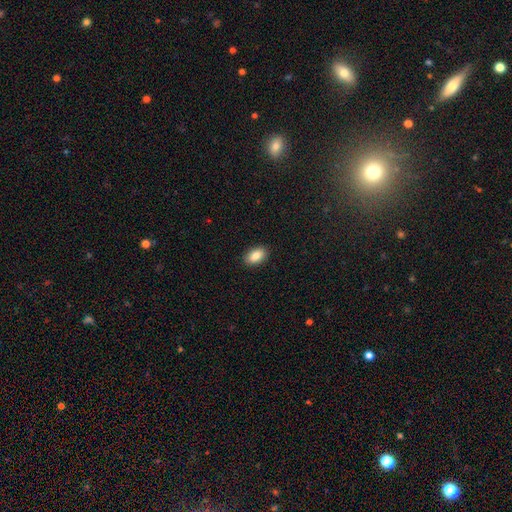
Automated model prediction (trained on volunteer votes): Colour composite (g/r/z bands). It shows a smooth galaxy with no disk features (87%) that is in between round and cigar-shaped (92%). Merging: none (90%).